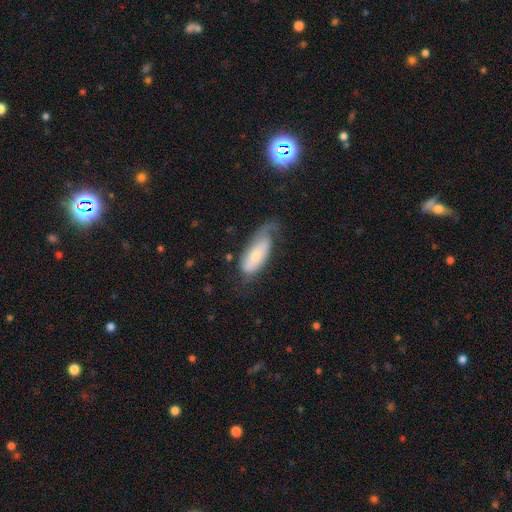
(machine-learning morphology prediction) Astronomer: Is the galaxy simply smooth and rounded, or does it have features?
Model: smooth — 53% (runner-up: featured or disk, 41%).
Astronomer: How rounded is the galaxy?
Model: in between — 79%.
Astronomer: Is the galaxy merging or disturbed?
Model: none — 35% (runner-up: minor disturbance, 32%).